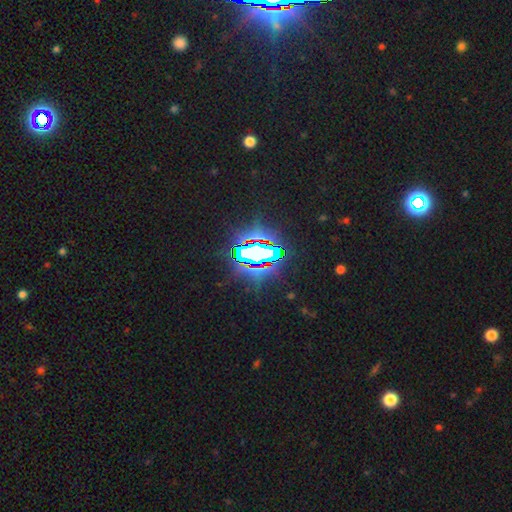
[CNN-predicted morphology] Overall: star or artifact (75%).